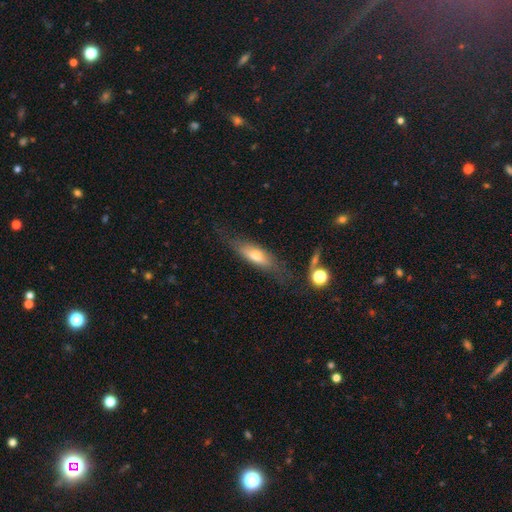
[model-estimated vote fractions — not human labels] The model was most divided on "smooth or featured": smooth: 50%, featured or disk: 42%, star or artifact: 8%. More confident: merging — none (65%).